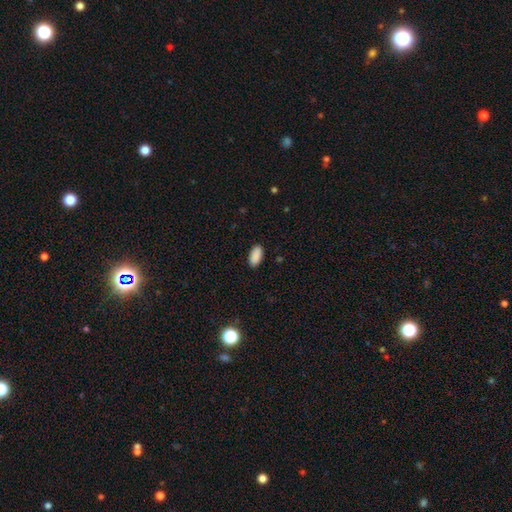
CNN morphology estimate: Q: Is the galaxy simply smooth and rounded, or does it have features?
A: smooth — 90%.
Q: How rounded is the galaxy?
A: in between — 93%.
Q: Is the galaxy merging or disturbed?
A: none — 89%.